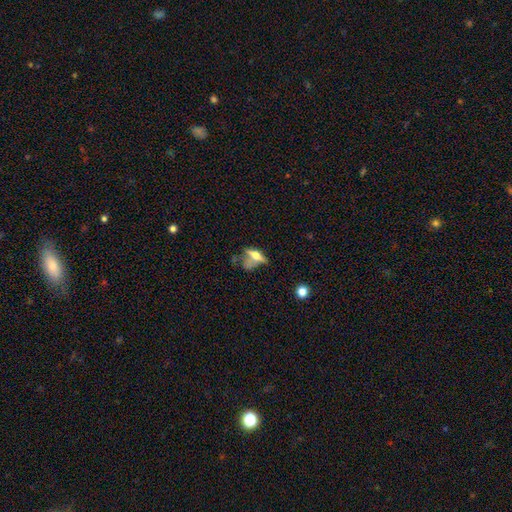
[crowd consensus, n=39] A featured or disk galaxy (72%) viewed edge-on (93%) with a rounded central bulge (100%).

Vote fractions:
- Smooth or featured? featured or disk: 72% / smooth: 23% / star or artifact: 5%
- Edge-on disk? yes: 93% / no: 7%
- Edge-on bulge? rounded: 100% / boxy: 0% / none: 0%
- Merging? major disturbance: 46% / merger: 22% / none: 19% / minor disturbance: 14%